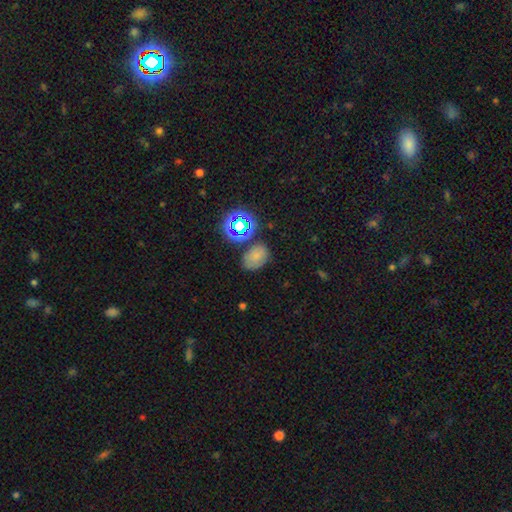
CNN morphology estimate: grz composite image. It shows a smooth galaxy with no disk features (67%) that is in between round and cigar-shaped (77%). Merging: none (70%).